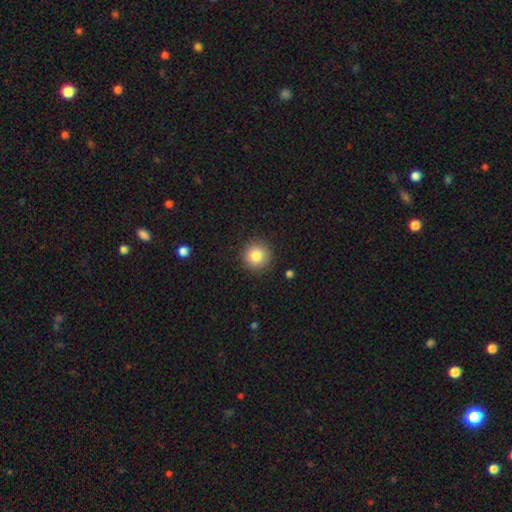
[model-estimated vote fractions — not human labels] Morphology: type=smooth (84%); roundness=round (94%); merging=none (90%).